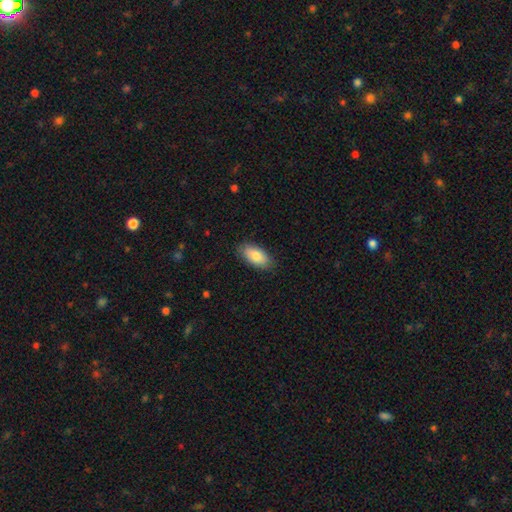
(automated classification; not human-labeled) smooth 83%, featured or disk 11%, star or artifact 6%. Down the decision tree: how rounded — in between (92%); merging — none (85%).